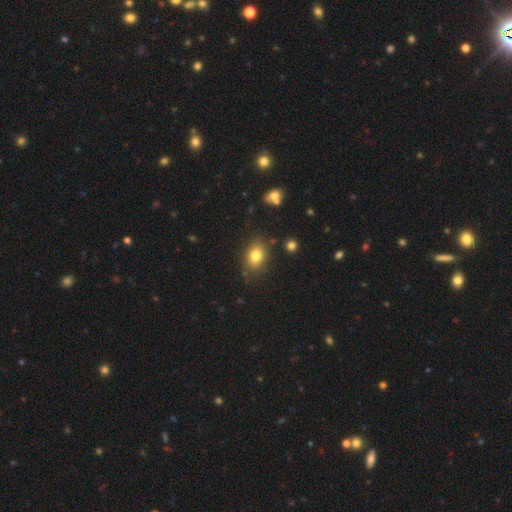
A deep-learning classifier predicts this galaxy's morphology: A smooth galaxy with no disk features (80%) that is in between round and cigar-shaped (72%).

Vote fractions:
- Smooth or featured? smooth: 80% / star or artifact: 11% / featured or disk: 10%
- How rounded? in between: 72% / round: 26% / cigar-shaped: 1%
- Merging? none: 80% / minor disturbance: 13% / major disturbance: 3% / merger: 3%